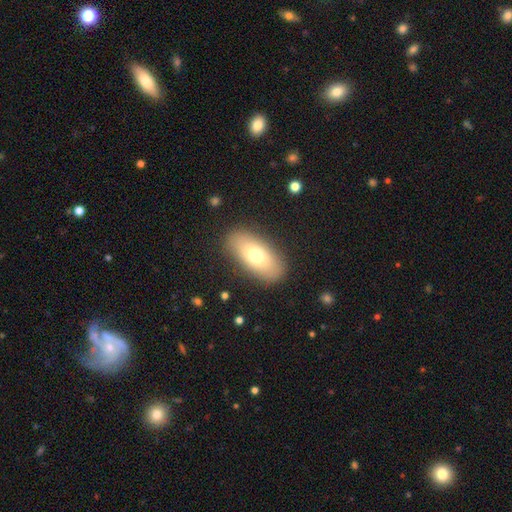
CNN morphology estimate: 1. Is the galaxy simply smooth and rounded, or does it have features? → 71% smooth, 22% featured or disk, 7% star or artifact.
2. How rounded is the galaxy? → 88% in between, 8% cigar-shaped, 4% round.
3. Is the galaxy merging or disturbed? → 87% none, 9% minor disturbance, 3% major disturbance, 1% merger.